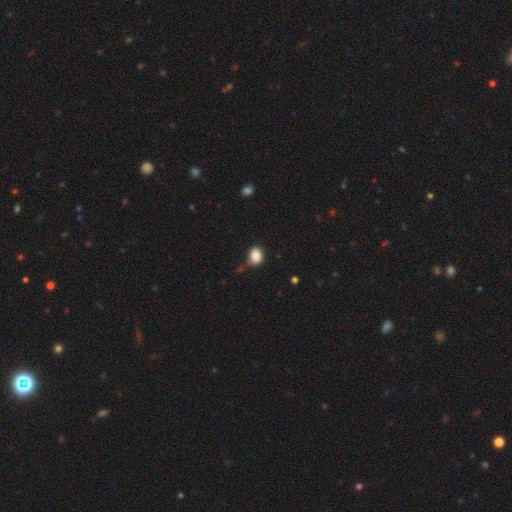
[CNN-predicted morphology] This appears to be a smooth galaxy with no disk features (88%) that is in between round and cigar-shaped (63%). Merging: none (72%).